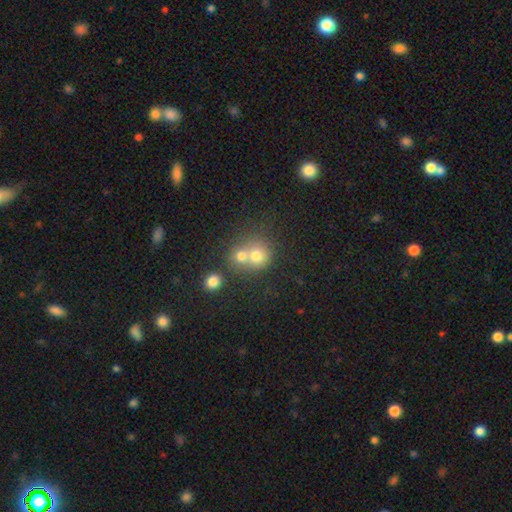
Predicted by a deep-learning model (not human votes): The model was most divided on "merging": merger: 58%, none: 33%, minor disturbance: 6%, major disturbance: 3%. More confident: how rounded — round (82%); smooth or featured — smooth (71%).